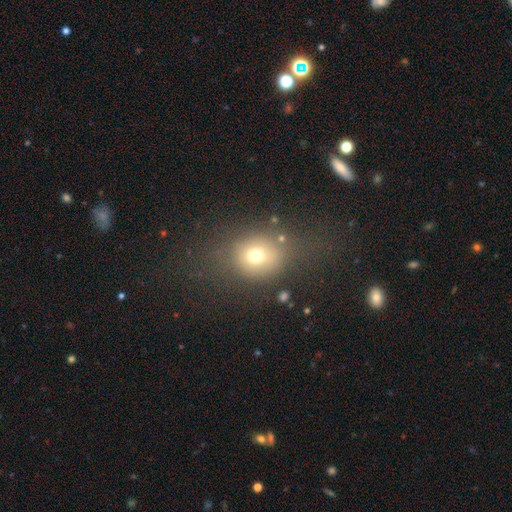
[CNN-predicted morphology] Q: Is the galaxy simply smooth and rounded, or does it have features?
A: smooth — 69%.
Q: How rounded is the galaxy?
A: round — 71%.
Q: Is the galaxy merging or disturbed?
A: none — 62%.